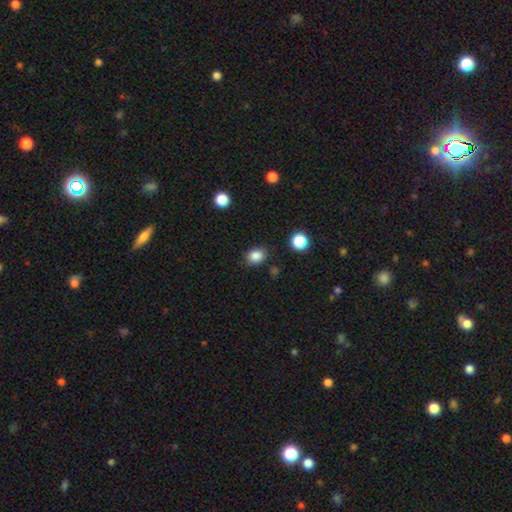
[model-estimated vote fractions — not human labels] Smooth or featured? Predicted: smooth (p=0.85). How rounded? Predicted: in between (p=0.55). Merging? Predicted: none (p=0.84).